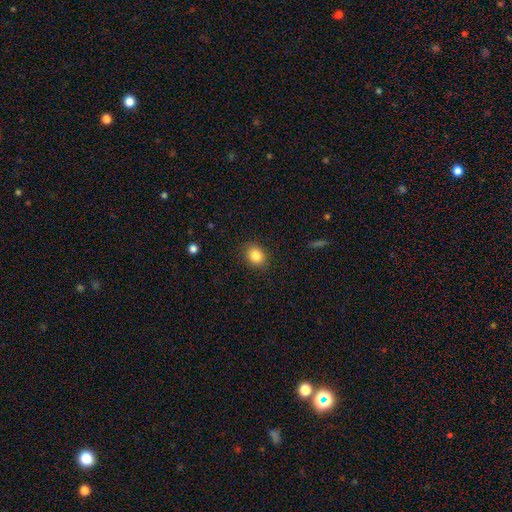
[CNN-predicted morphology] The model was most divided on "how rounded" (2-way tie): round: 50%, in between: 50%, cigar-shaped: 1%. More confident: merging — none (88%); smooth or featured — smooth (85%).